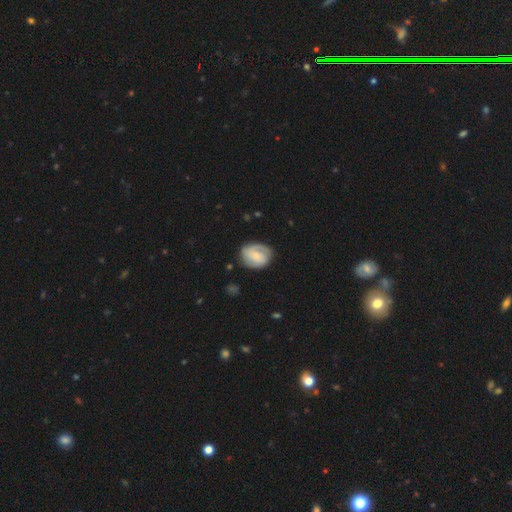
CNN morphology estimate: featured or disk 58%, smooth 36%, star or artifact 6%. Down the decision tree: edge-on disk — no (97%); bar — no (56%); spiral arms — yes (86%); bulge size — small (60%); merging — none (72%).